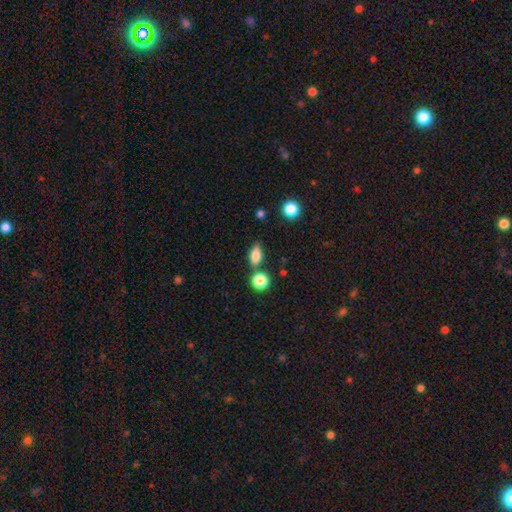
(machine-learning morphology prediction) This is likely a smooth galaxy (78%). How rounded: likely in between (76%). Merging: likely none (69%).